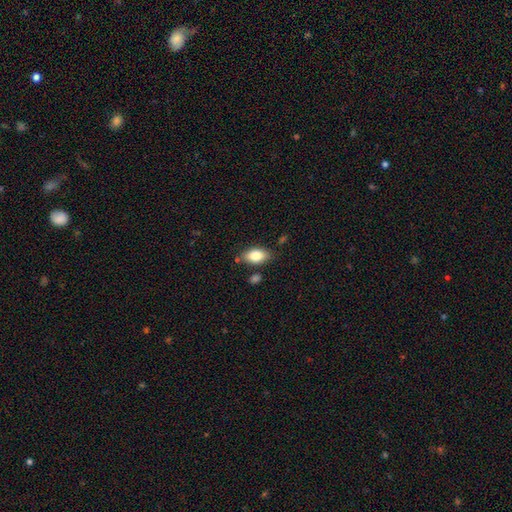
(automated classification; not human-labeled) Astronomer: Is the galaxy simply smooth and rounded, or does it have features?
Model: smooth — 82%.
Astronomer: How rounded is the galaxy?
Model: in between — 90%.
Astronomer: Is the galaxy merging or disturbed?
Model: none — 78%.